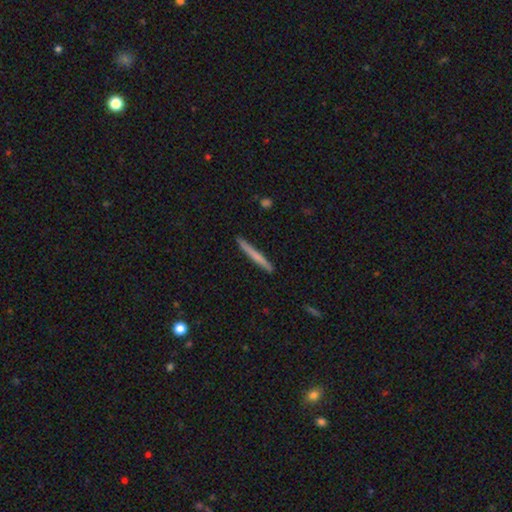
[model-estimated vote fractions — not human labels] Morphology: type=smooth (62%); roundness=cigar-shaped (97%); merging=none (90%).